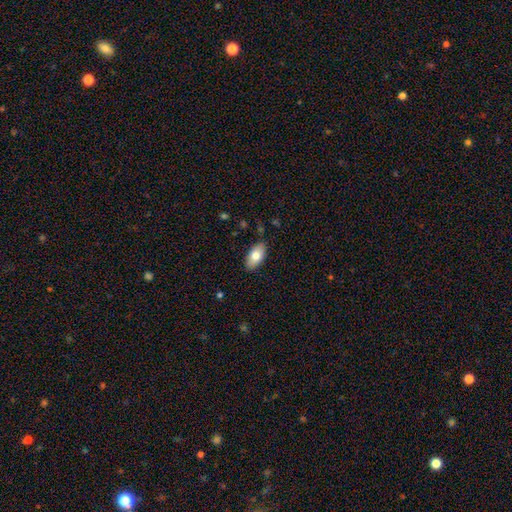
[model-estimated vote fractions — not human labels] This appears to be a smooth galaxy with no disk features (78%) that is in between round and cigar-shaped (93%). Merging: none (87%).